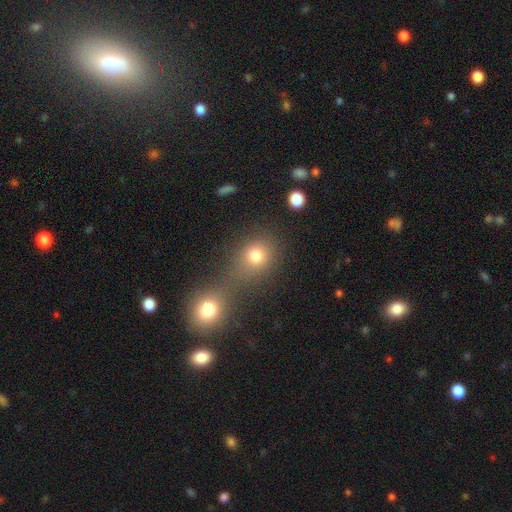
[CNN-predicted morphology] A smooth galaxy with no disk features (75%) that is round (71%). Merging: merger (44%).